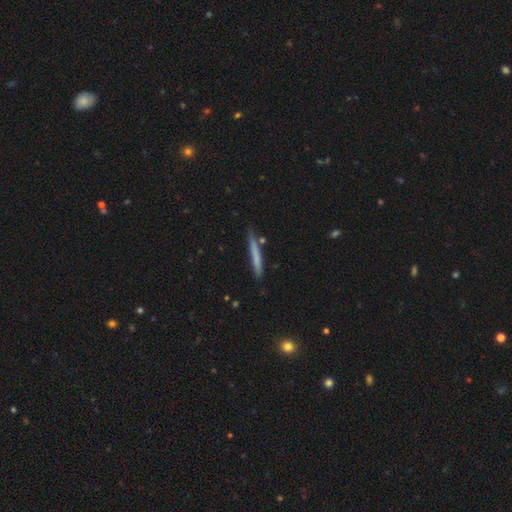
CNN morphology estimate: This is likely a smooth galaxy (66%). How rounded: clearly cigar-shaped (96%). Merging: clearly none (82%).